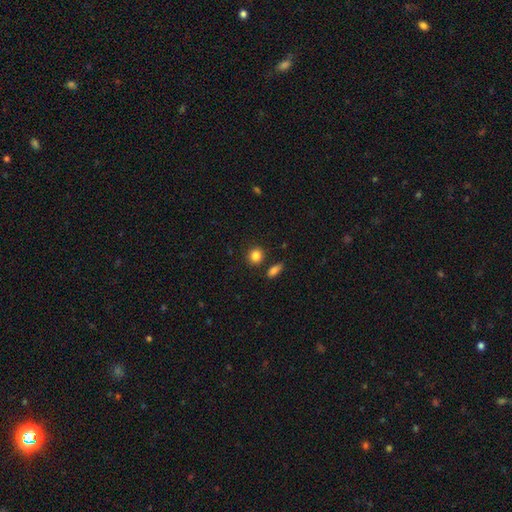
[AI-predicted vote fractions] Smooth or featured: smooth — 85% (star or artifact — 10%)
How rounded: round — 82% (in between — 16%)
Merging: none — 83% (minor disturbance — 8%)